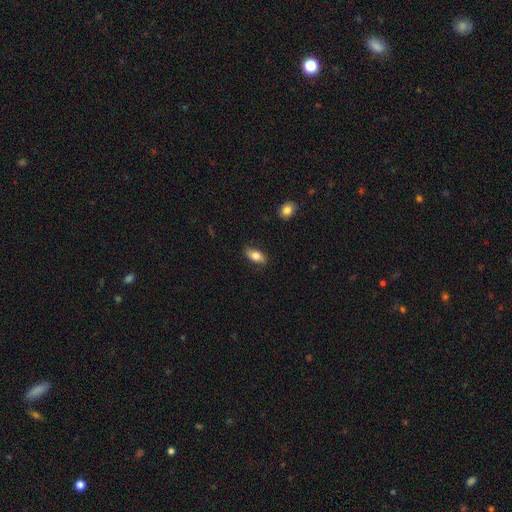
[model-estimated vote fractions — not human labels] Morphology: type=smooth (73%); roundness=in between (86%); merging=none (82%).